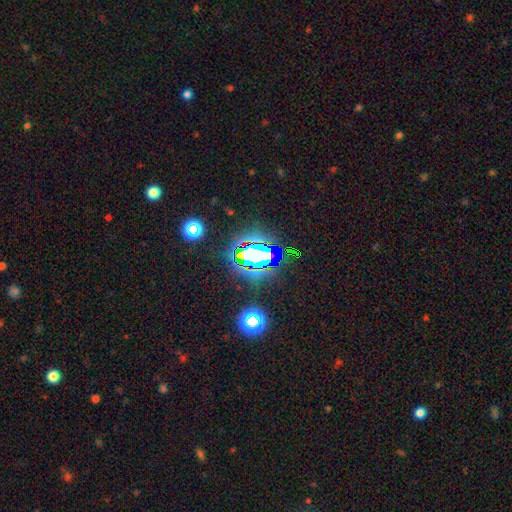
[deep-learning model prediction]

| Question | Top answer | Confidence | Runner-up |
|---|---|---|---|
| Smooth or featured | star or artifact | 64% | smooth (22%) |